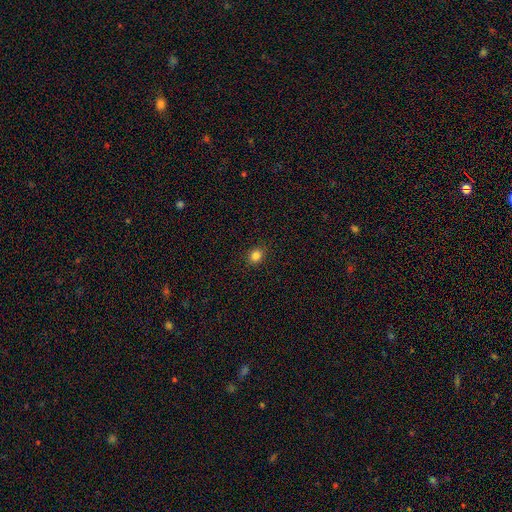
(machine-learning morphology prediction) Smooth or featured: smooth — 84% (star or artifact — 12%)
How rounded: round — 64% (in between — 35%)
Merging: none — 90% (minor disturbance — 7%)